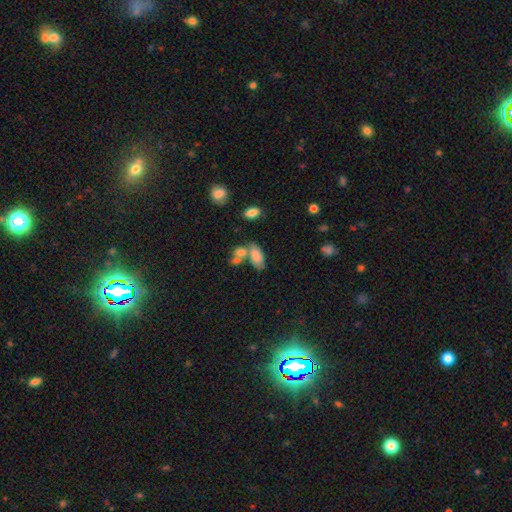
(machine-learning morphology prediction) smooth-or-featured: smooth: 73% | featured or disk: 18% | star or artifact: 9%
  how-rounded: in between: 89% | cigar-shaped: 7% | round: 4%
  merging: none: 38% | merger: 37% | minor disturbance: 16% | major disturbance: 9%